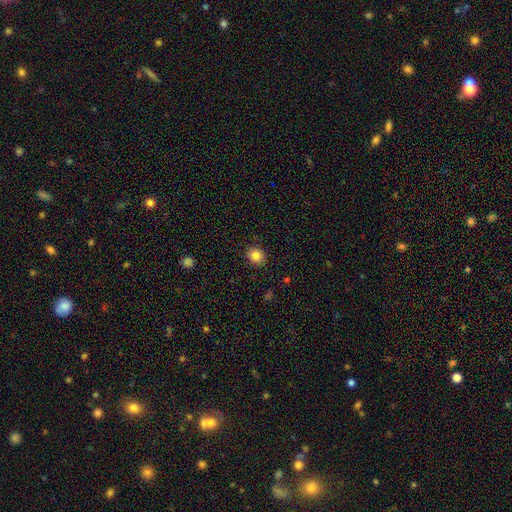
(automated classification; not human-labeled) Q: Smooth or featured?
A: smooth (84%); runner-up: star or artifact (10%)
Q: How rounded?
A: round (70%); runner-up: in between (29%)
Q: Merging?
A: none (90%); runner-up: minor disturbance (7%)